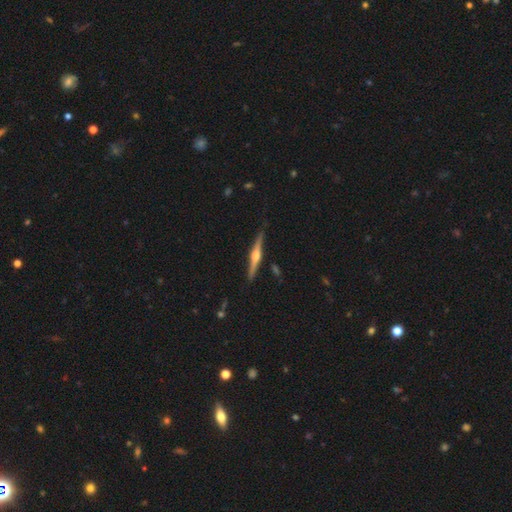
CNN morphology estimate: smooth-or-featured: featured or disk: 81% | smooth: 14% | star or artifact: 5%
  disk-edge-on: yes: 98% | no: 2%
    edge-on-bulge: rounded: 92% | boxy: 5% | none: 3%
  merging: none: 89% | minor disturbance: 9% | major disturbance: 2% | merger: 1%